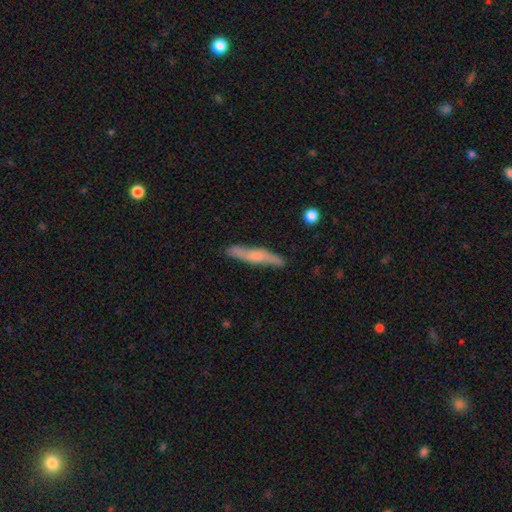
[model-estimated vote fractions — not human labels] Morphology: type=featured or disk (49%); merging=none (86%).